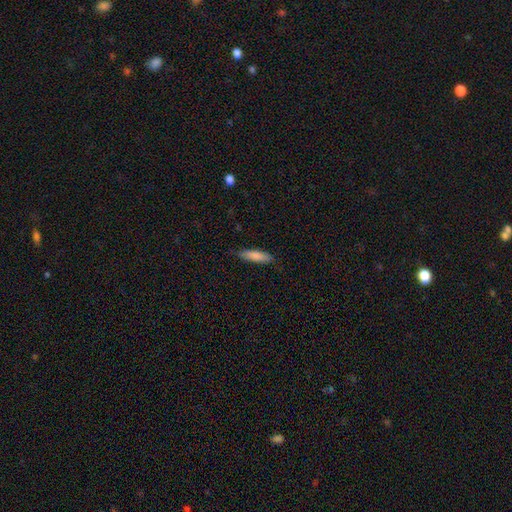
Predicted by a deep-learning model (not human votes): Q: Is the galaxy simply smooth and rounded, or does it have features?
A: smooth — 83%.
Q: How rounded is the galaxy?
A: cigar-shaped — 67%.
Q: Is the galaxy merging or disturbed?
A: none — 81%.